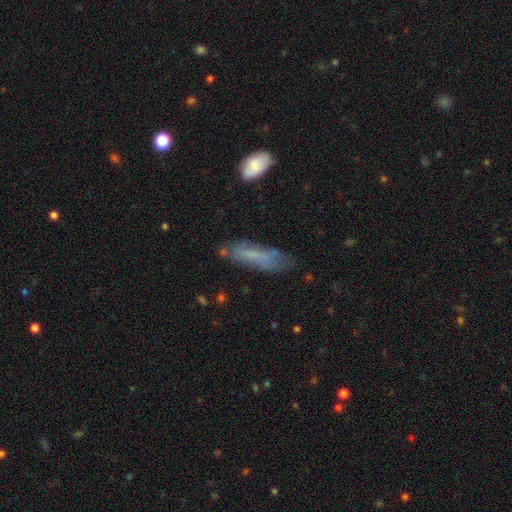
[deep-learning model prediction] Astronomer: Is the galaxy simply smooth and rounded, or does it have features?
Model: smooth — 57% (runner-up: featured or disk, 34%).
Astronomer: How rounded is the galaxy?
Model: cigar-shaped — 65%.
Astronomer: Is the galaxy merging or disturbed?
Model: none — 62%.